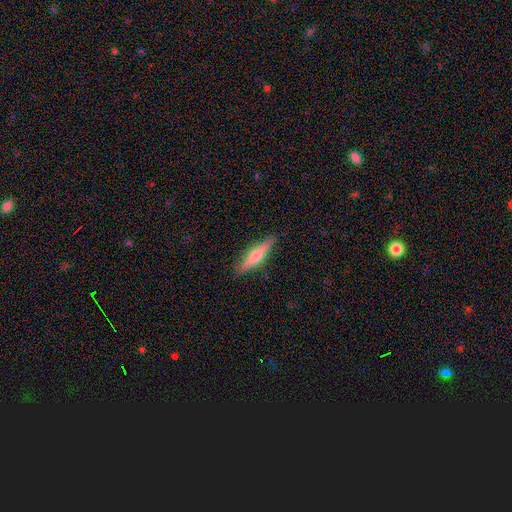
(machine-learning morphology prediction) smooth-or-featured: smooth: 49% | featured or disk: 45% | star or artifact: 6%
  merging: none: 88% | minor disturbance: 9% | major disturbance: 2% | merger: 1%